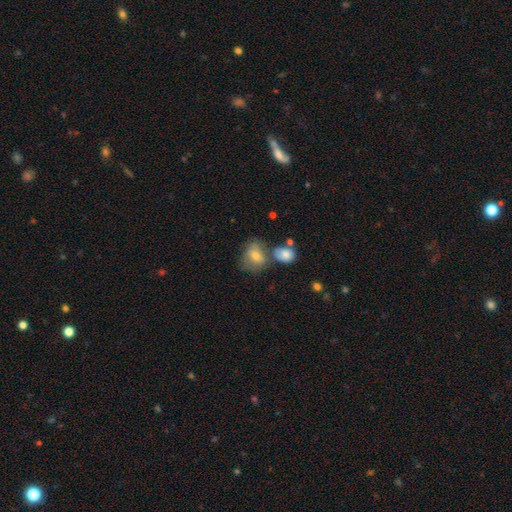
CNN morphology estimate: Smooth or featured: smooth — 65% (featured or disk — 26%)
How rounded: in between — 53% (round — 46%)
Merging: none — 39% (merger — 30%)